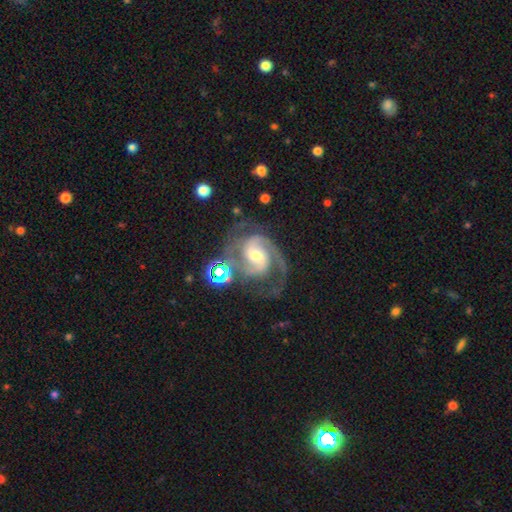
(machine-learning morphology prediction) Smooth or featured? Predicted: featured or disk (p=0.89). Edge-on disk? Predicted: no (p=0.98). Bar? Predicted: weak (p=0.43). Spiral arms? Predicted: yes (p=0.98). Spiral winding? Predicted: medium (p=0.54). Spiral arm count? Predicted: 2 (p=0.69). Bulge size? Predicted: moderate (p=0.54). Merging? Predicted: none (p=0.56).